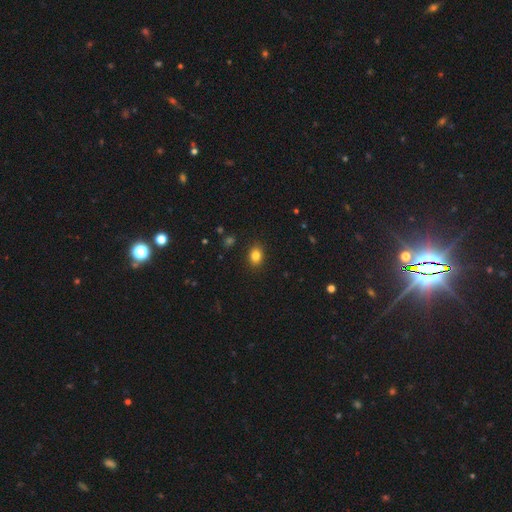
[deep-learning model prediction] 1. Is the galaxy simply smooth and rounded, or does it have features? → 83% smooth, 11% star or artifact, 6% featured or disk.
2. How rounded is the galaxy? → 61% in between, 38% round, 1% cigar-shaped.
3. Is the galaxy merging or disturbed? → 89% none, 8% minor disturbance, 2% major disturbance, 1% merger.